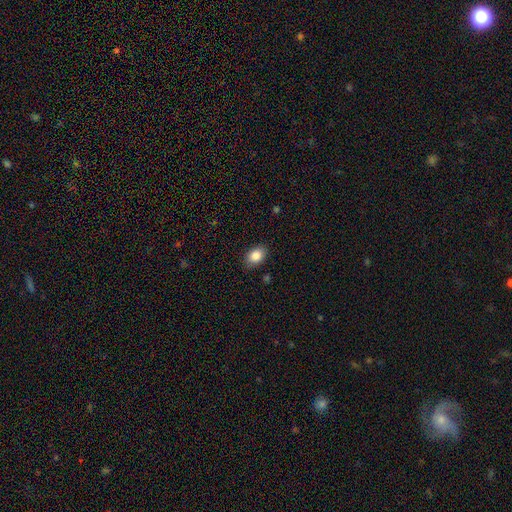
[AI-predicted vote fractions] A smooth galaxy with no disk features (85%) that is in between round and cigar-shaped (80%).

Vote fractions:
- Smooth or featured? smooth: 85% / star or artifact: 8% / featured or disk: 7%
- How rounded? in between: 80% / round: 19% / cigar-shaped: 1%
- Merging? none: 86% / minor disturbance: 11% / major disturbance: 2% / merger: 1%